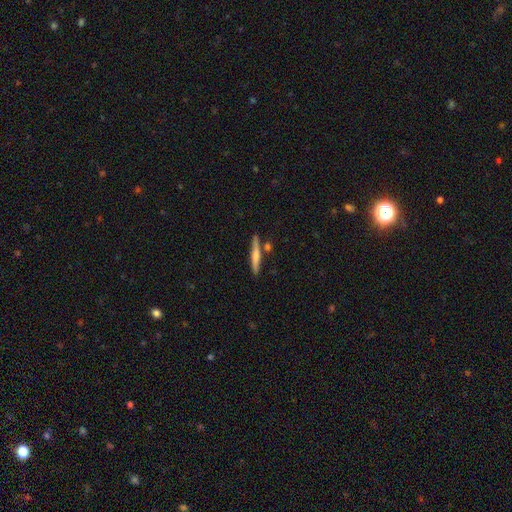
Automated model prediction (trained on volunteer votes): Smooth or featured? smooth (56%)
How rounded? cigar-shaped (93%)
Merging? none (80%)